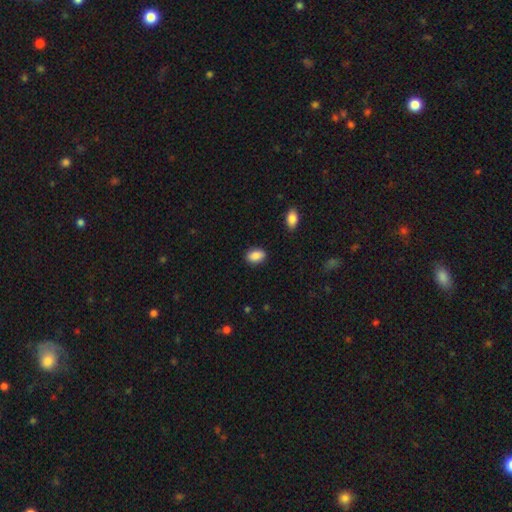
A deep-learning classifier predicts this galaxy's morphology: smooth 87%, star or artifact 7%, featured or disk 5%. Down the decision tree: how rounded — in between (86%); merging — none (87%).